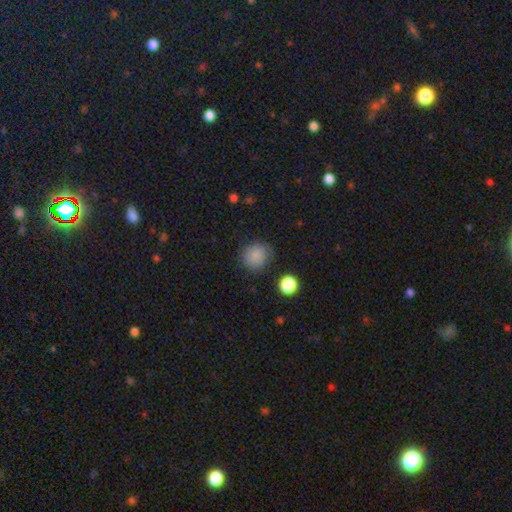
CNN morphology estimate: smooth 85%, star or artifact 11%, featured or disk 5%. Down the decision tree: how rounded — round (83%); merging — none (80%).